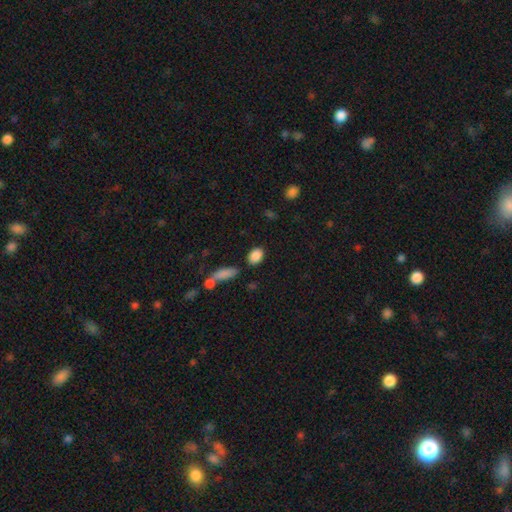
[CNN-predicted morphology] Smooth or featured? smooth (88%)
How rounded? in between (81%)
Merging? none (78%)